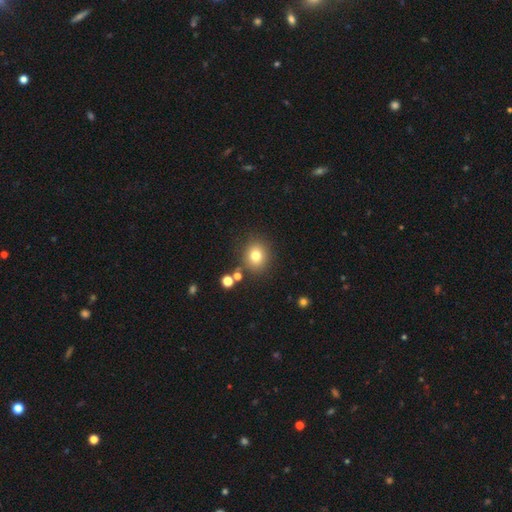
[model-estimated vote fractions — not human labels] smooth_or_featured: smooth (p=0.78) [alt: star or artifact p=0.14]
how_rounded: round (p=0.81) [alt: in between p=0.18]
merging: none (p=0.83) [alt: minor disturbance p=0.09]